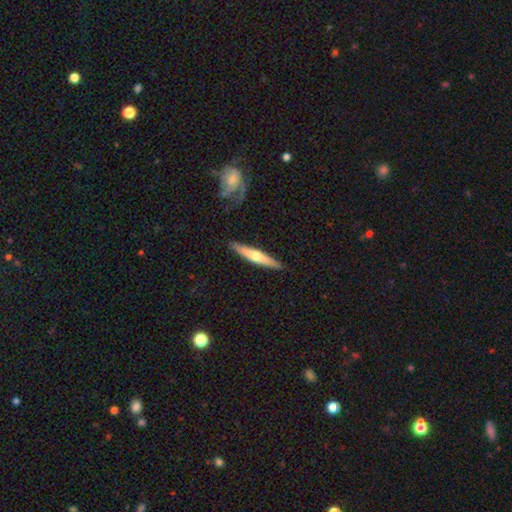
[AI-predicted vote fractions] Smooth or featured? Predicted: featured or disk (p=0.51). Edge-on disk? Predicted: yes (p=0.93). Merging? Predicted: none (p=0.89).